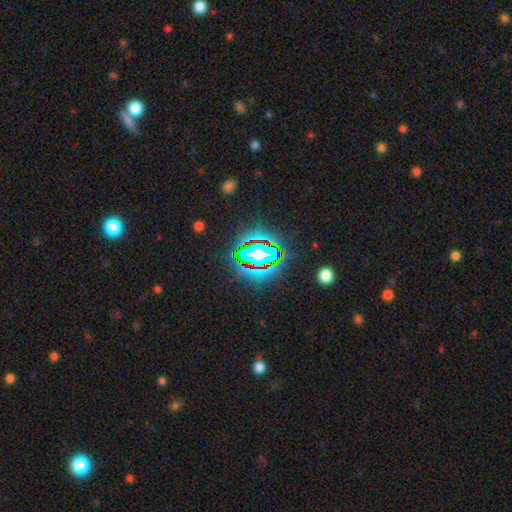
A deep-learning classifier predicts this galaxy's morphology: Smooth or featured: star or artifact — 68% (smooth — 19%)